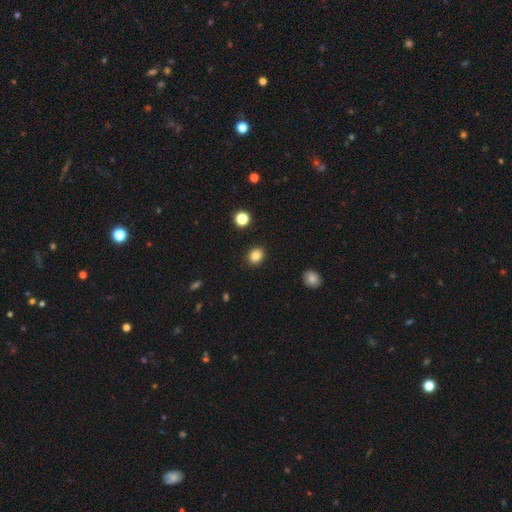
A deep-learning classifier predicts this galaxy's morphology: smooth_or_featured: smooth (p=0.84) [alt: star or artifact p=0.11]
how_rounded: round (p=0.55) [alt: in between p=0.44]
merging: none (p=0.90) [alt: minor disturbance p=0.07]